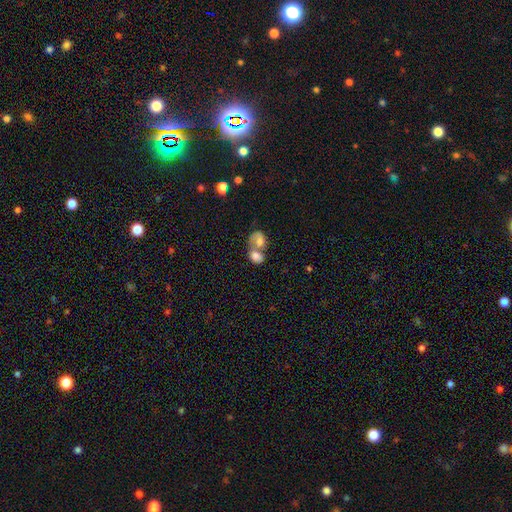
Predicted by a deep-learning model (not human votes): A smooth galaxy with no disk features (66%) that is in between round and cigar-shaped (70%).

Vote fractions:
- Smooth or featured? smooth: 66% / featured or disk: 26% / star or artifact: 8%
- How rounded? in between: 70% / round: 29% / cigar-shaped: 1%
- Merging? merger: 78% / none: 11% / major disturbance: 6% / minor disturbance: 5%